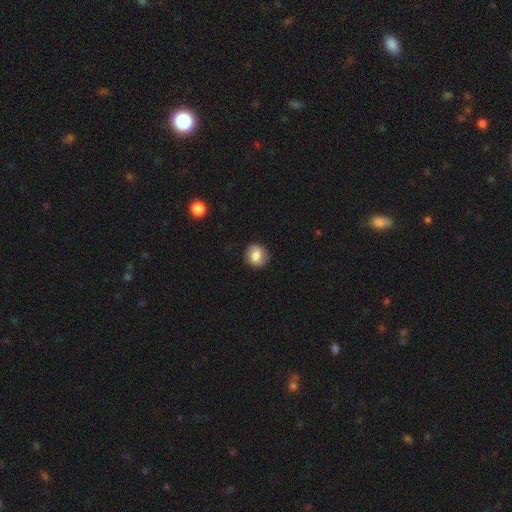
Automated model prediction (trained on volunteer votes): This appears to be a smooth galaxy with no disk features (71%) that is round (83%). Merging: none (85%).